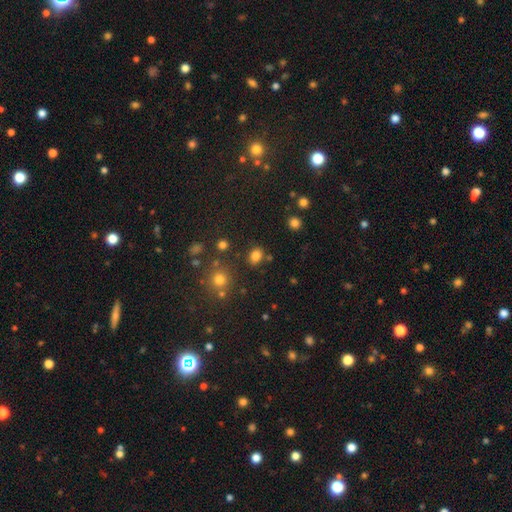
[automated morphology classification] smooth-or-featured: smooth: 80% | star or artifact: 14% | featured or disk: 6%
  how-rounded: in between: 64% | round: 35% | cigar-shaped: 1%
  merging: none: 80% | minor disturbance: 11% | merger: 5% | major disturbance: 4%